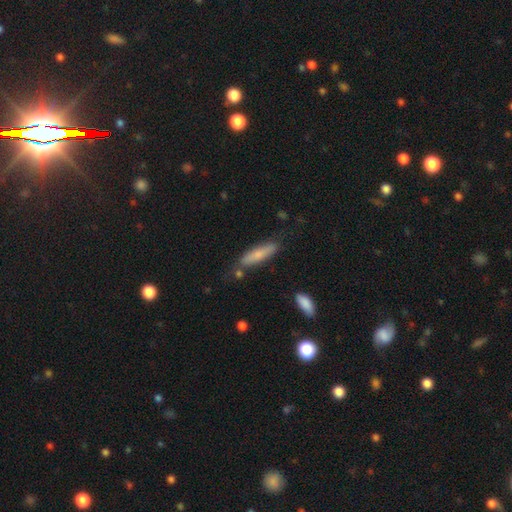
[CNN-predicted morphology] smooth-or-featured: smooth: 68% | featured or disk: 25% | star or artifact: 7%
  how-rounded: cigar-shaped: 76% | in between: 22% | round: 2%
  merging: none: 76% | minor disturbance: 15% | merger: 5% | major disturbance: 3%